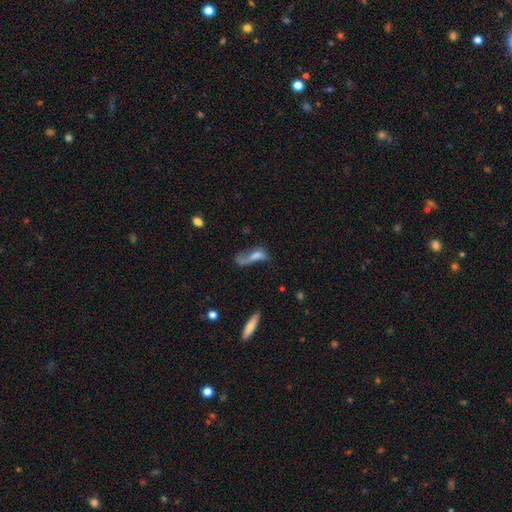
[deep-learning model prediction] Smooth or featured?
  - smooth: 47% *
  - featured or disk: 40%
  - star or artifact: 13%
Merging?
  - major disturbance: 41% *
  - none: 27%
  - minor disturbance: 17%
  - merger: 16%